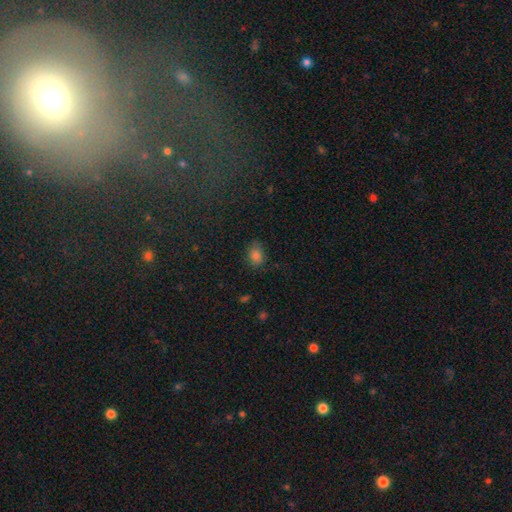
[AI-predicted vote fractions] Smooth or featured? smooth (81%)
How rounded? in between (70%)
Merging? none (71%)